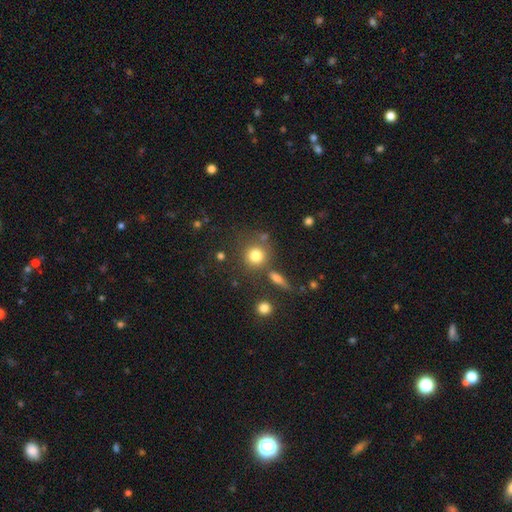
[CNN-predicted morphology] type=smooth (79%); roundness=round (90%); merging=none (73%).